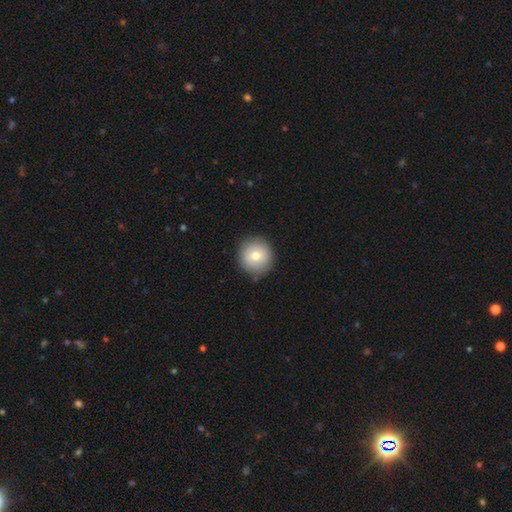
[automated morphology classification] Smooth or featured: smooth — 74% (featured or disk — 18%)
How rounded: round — 94% (in between — 5%)
Merging: none — 86% (minor disturbance — 10%)